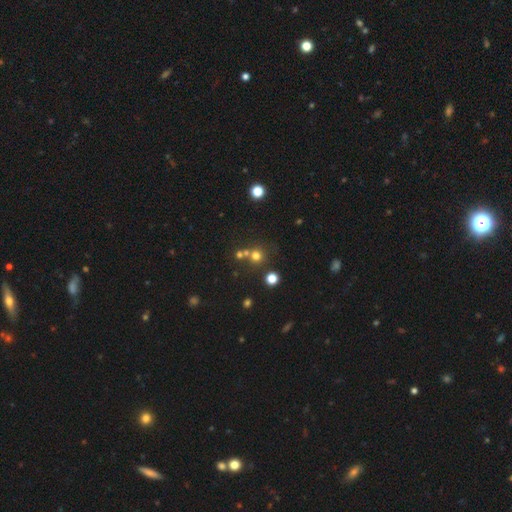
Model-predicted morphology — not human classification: smooth 67%, star or artifact 23%, featured or disk 11%. Down the decision tree: how rounded — round (90%); merging — none (62%).